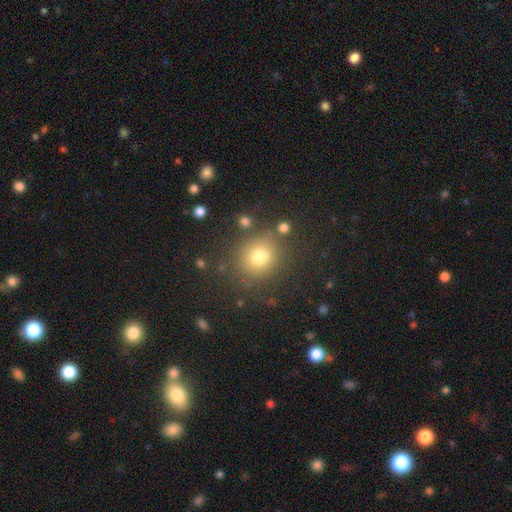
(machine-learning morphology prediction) type=smooth (60%); roundness=round (89%); merging=none (85%).